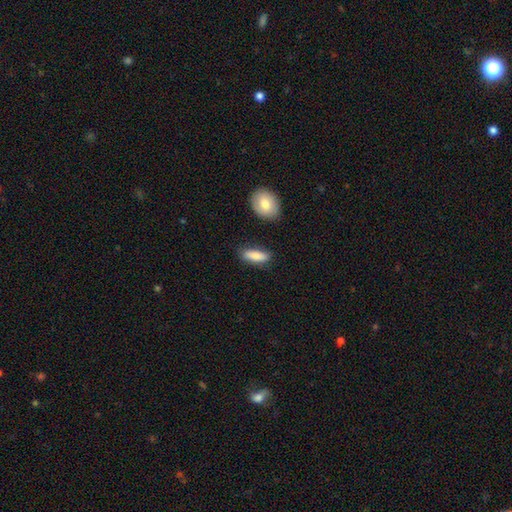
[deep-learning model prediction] Smooth or featured?
  - smooth: 83% *
  - featured or disk: 11%
  - star or artifact: 6%
How rounded?
  - in between: 62% *
  - cigar-shaped: 35%
  - round: 3%
Merging?
  - none: 78% *
  - minor disturbance: 15%
  - merger: 4%
  - major disturbance: 3%